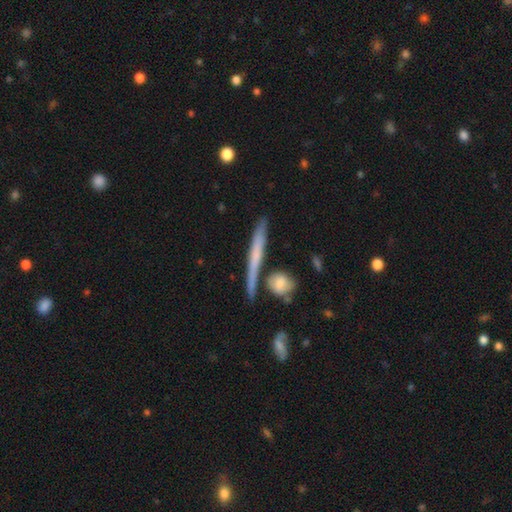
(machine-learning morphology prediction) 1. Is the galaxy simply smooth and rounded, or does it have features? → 50% smooth, 43% featured or disk, 7% star or artifact.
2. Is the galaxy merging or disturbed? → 73% none, 13% minor disturbance, 10% merger, 4% major disturbance.